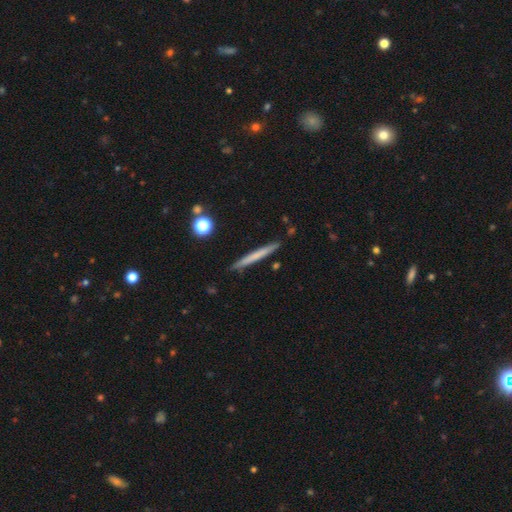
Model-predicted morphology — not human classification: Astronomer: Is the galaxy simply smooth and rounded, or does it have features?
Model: smooth — 60%.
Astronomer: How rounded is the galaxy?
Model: cigar-shaped — 97%.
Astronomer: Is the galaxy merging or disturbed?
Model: none — 89%.